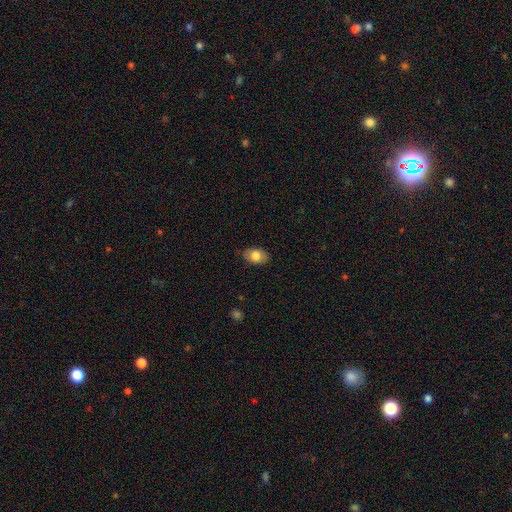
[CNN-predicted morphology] smooth 80%, featured or disk 13%, star or artifact 8%. Down the decision tree: how rounded — in between (84%); merging — none (80%).